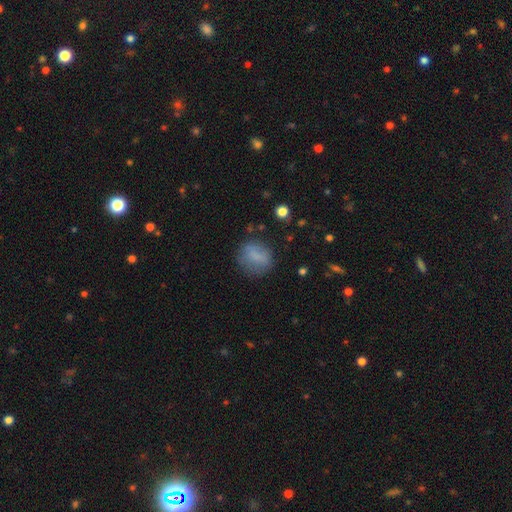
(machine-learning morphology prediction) Smooth or featured: smooth — 74% (featured or disk — 15%)
How rounded: round — 59% (in between — 39%)
Merging: none — 66% (minor disturbance — 21%)